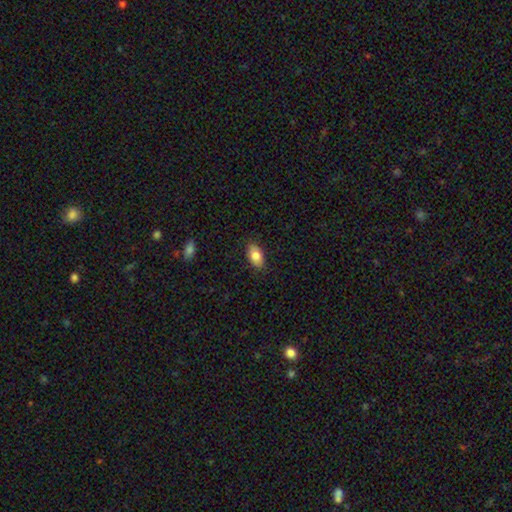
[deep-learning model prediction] Q: Smooth or featured?
A: smooth (82%); runner-up: featured or disk (11%)
Q: How rounded?
A: in between (92%); runner-up: round (6%)
Q: Merging?
A: none (87%); runner-up: minor disturbance (10%)